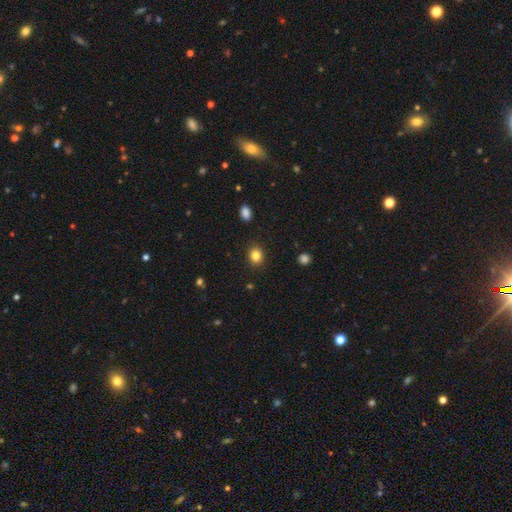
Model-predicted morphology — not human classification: smooth-or-featured: smooth: 84% | star or artifact: 11% | featured or disk: 5%
  how-rounded: round: 67% | in between: 33% | cigar-shaped: 1%
  merging: none: 90% | minor disturbance: 7% | major disturbance: 2% | merger: 1%